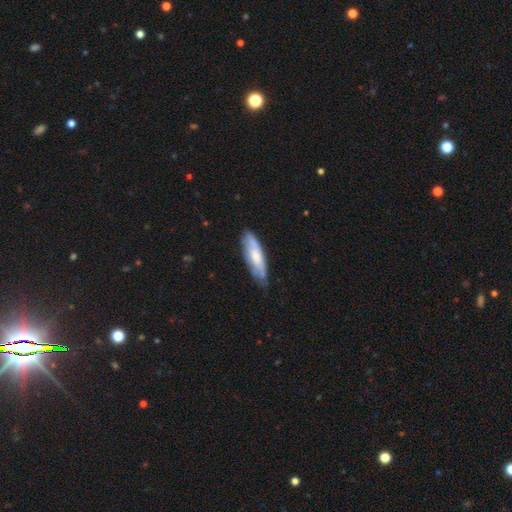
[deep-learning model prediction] Q: Smooth or featured?
A: smooth (52%); runner-up: featured or disk (43%)
Q: How rounded?
A: cigar-shaped (52%); runner-up: in between (46%)
Q: Merging?
A: none (67%); runner-up: minor disturbance (25%)